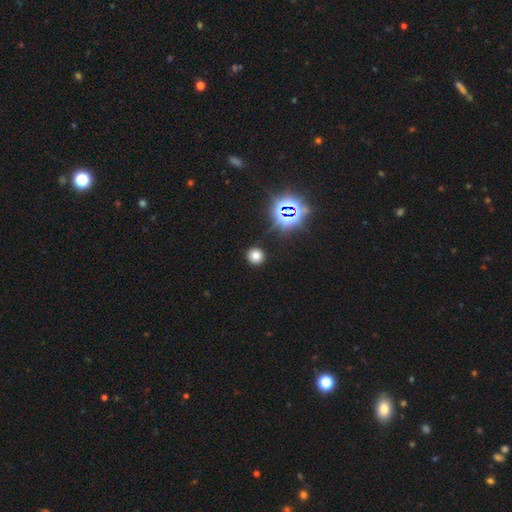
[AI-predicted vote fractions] Smooth or featured? smooth (72%)
How rounded? round (92%)
Merging? none (89%)